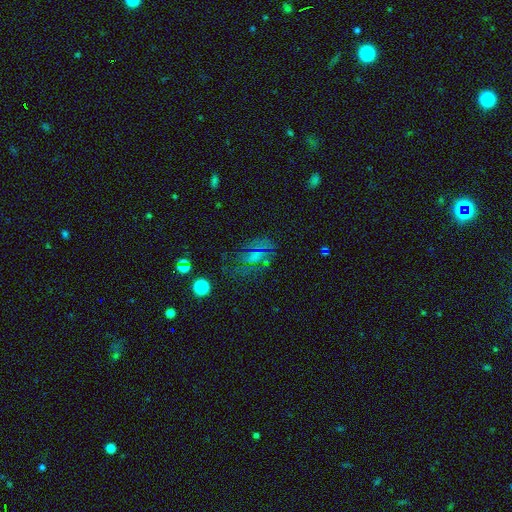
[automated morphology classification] smooth_or_featured: smooth (p=0.42) [alt: featured or disk p=0.35]
merging: none (p=0.55) [alt: minor disturbance p=0.21]